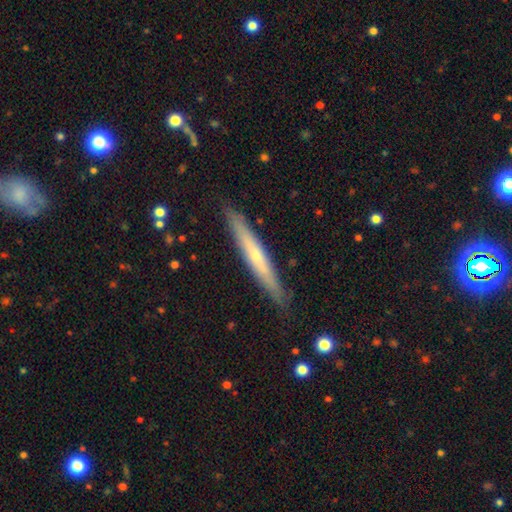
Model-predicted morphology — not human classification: type=featured or disk (57%); edge-on=yes (92%); edge-on bulge=rounded (56%); merging=none (89%).